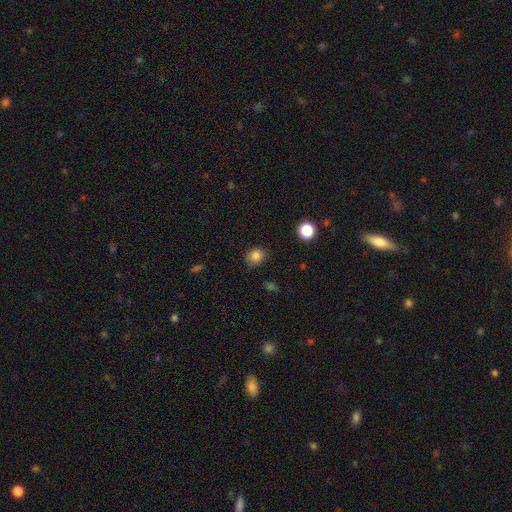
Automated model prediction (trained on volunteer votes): Smooth or featured: smooth — 83% (star or artifact — 12%)
How rounded: round — 66% (in between — 33%)
Merging: none — 79% (minor disturbance — 16%)